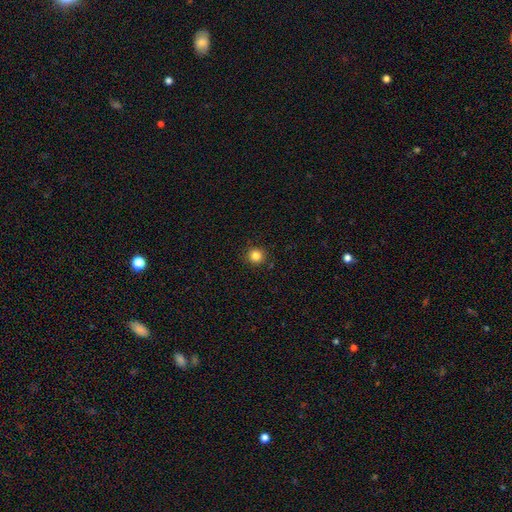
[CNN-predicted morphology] smooth 84%, star or artifact 12%, featured or disk 4%. Down the decision tree: how rounded — round (94%); merging — none (91%).